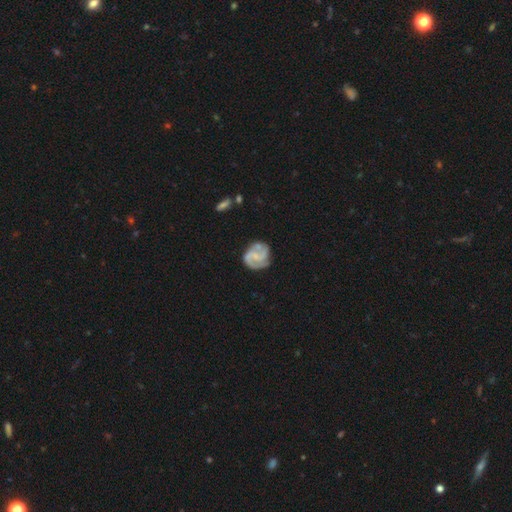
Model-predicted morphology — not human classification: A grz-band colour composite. It shows a featured or disk galaxy (78%) with no bar (55%), 2 (40%) medium (46%) spiral arms (94%) and a small central bulge (48%). Merging: none (68%).